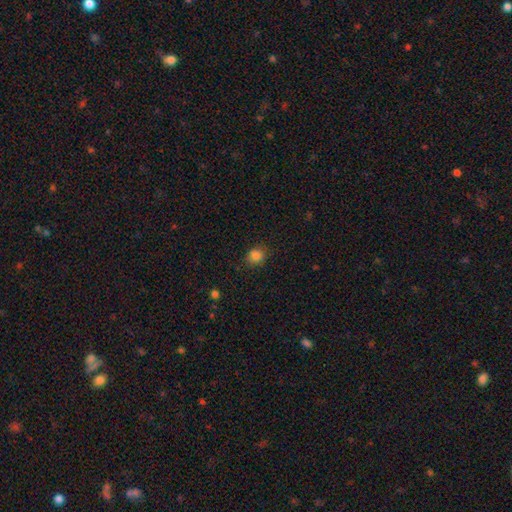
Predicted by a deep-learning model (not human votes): Smooth or featured? smooth (83%)
How rounded? round (78%)
Merging? none (85%)